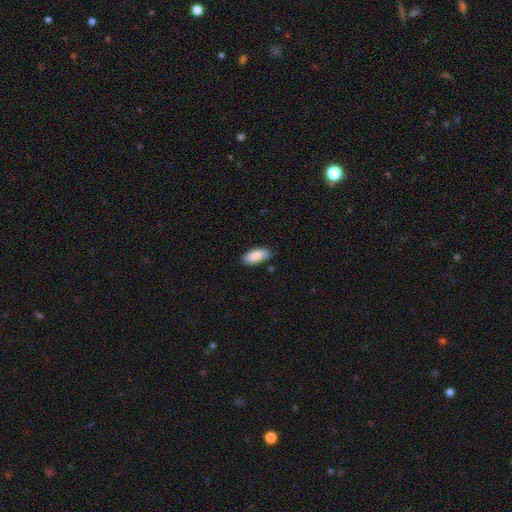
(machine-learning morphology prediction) type=smooth (86%); roundness=in between (88%); merging=none (80%).